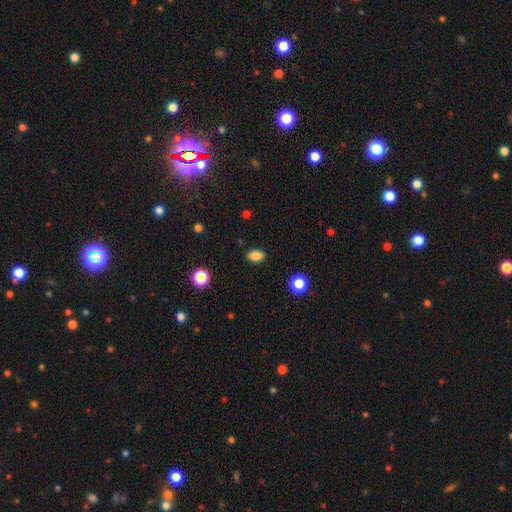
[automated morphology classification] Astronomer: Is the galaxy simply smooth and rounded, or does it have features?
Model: smooth — 84%.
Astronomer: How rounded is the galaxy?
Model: in between — 83%.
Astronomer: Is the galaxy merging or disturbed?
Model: none — 88%.